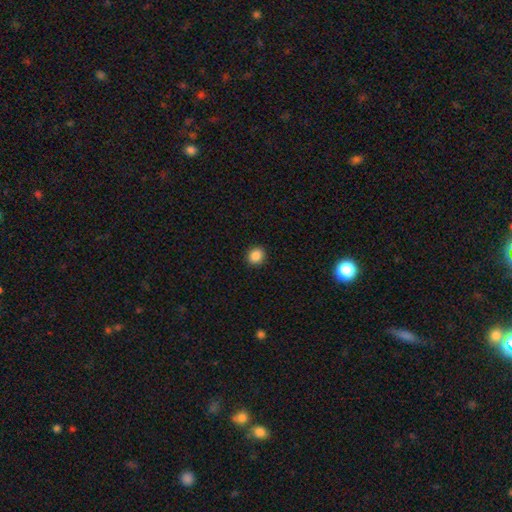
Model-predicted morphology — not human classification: smooth 87%, star or artifact 10%, featured or disk 3%. Down the decision tree: how rounded — round (84%); merging — none (92%).